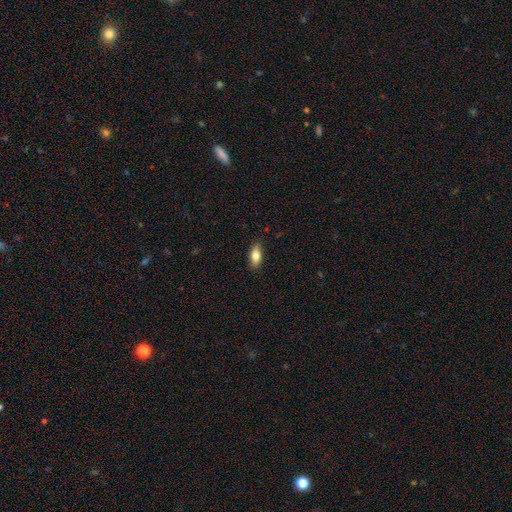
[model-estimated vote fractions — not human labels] Overall: smooth (79%). How rounded: in between (82%). Merging: none (87%).